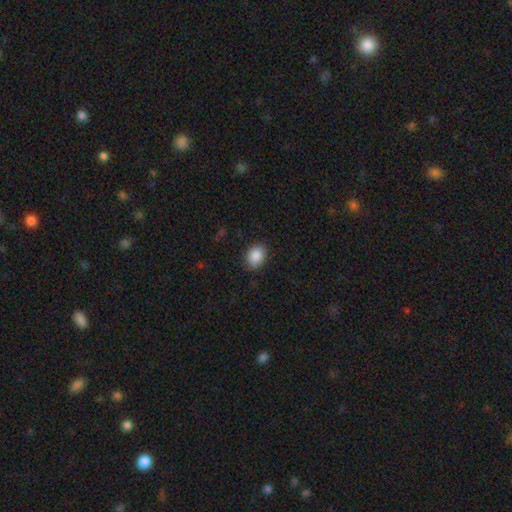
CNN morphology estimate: smooth-or-featured: smooth: 88% | star or artifact: 8% | featured or disk: 4%
  how-rounded: in between: 65% | round: 34% | cigar-shaped: 1%
  merging: none: 87% | minor disturbance: 10% | major disturbance: 2% | merger: 1%